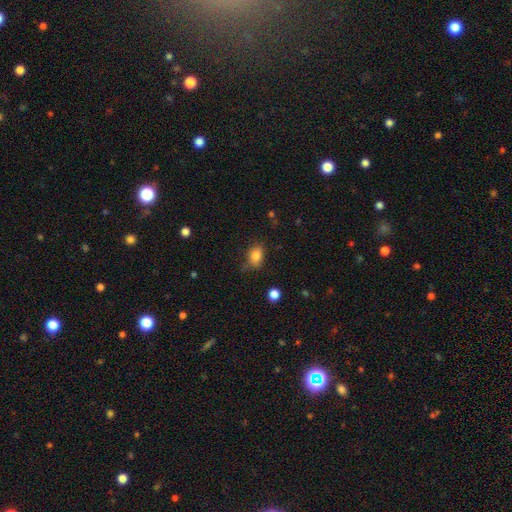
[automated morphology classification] Overall: smooth (83%). How rounded: in between (75%). Merging: none (71%).